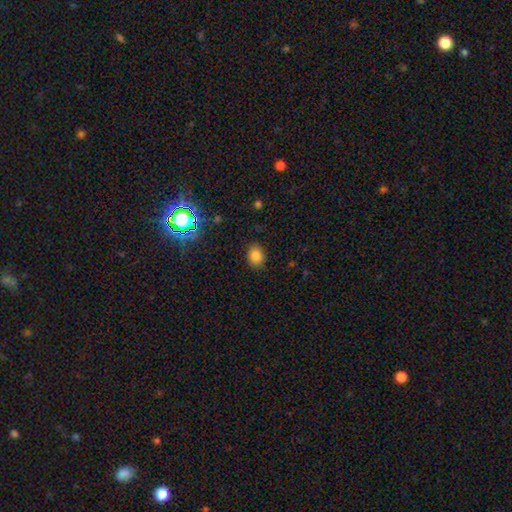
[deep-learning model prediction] Smooth or featured? Predicted: smooth (p=0.82). How rounded? Predicted: in between (p=0.63). Merging? Predicted: none (p=0.86).